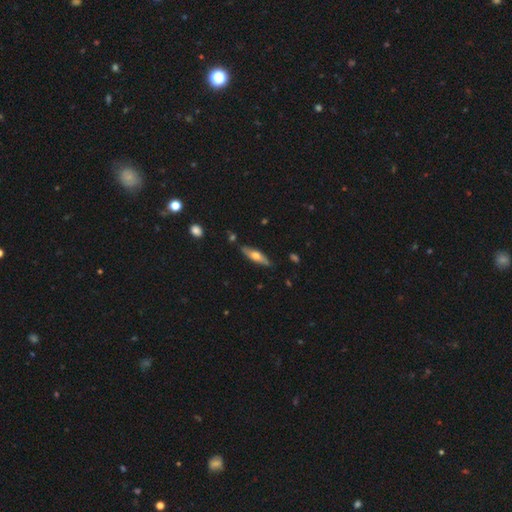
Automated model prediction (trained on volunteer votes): smooth-or-featured: smooth: 50% | featured or disk: 44% | star or artifact: 6%
  merging: none: 83% | minor disturbance: 13% | merger: 3% | major disturbance: 2%